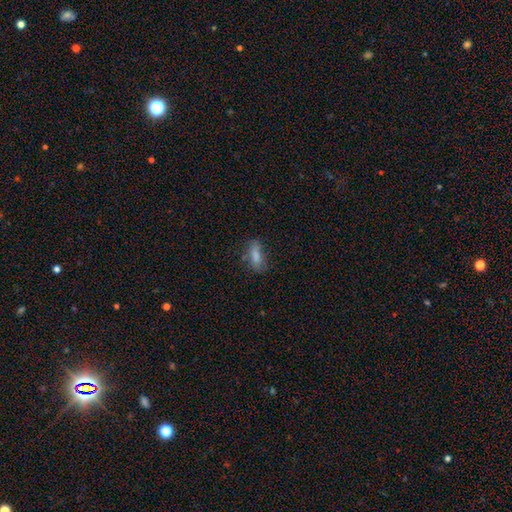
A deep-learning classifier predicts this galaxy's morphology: Smooth or featured? smooth (76%)
How rounded? in between (72%)
Merging? none (62%)